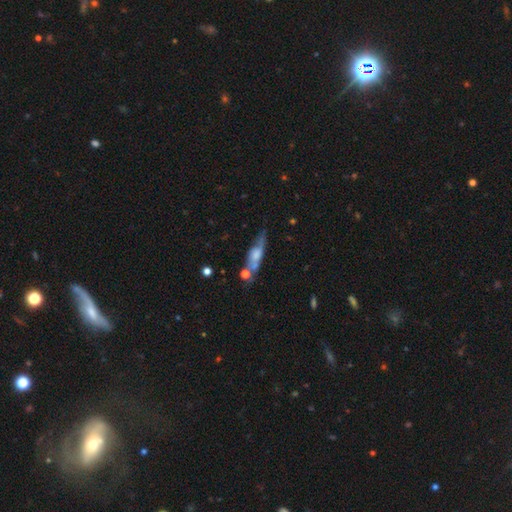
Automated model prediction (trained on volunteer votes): A featured or disk galaxy (48%).

Vote fractions:
- Smooth or featured? featured or disk: 48% / smooth: 44% / star or artifact: 8%
- Merging? none: 52% / minor disturbance: 23% / merger: 15% / major disturbance: 10%